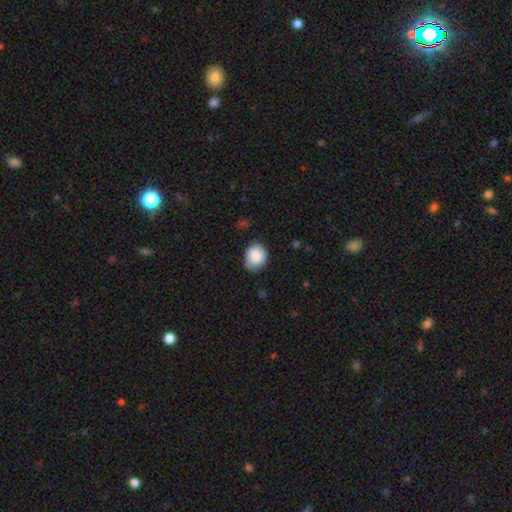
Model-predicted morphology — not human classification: This appears to be a smooth galaxy with no disk features (82%) that is round (61%). Merging: none (72%).